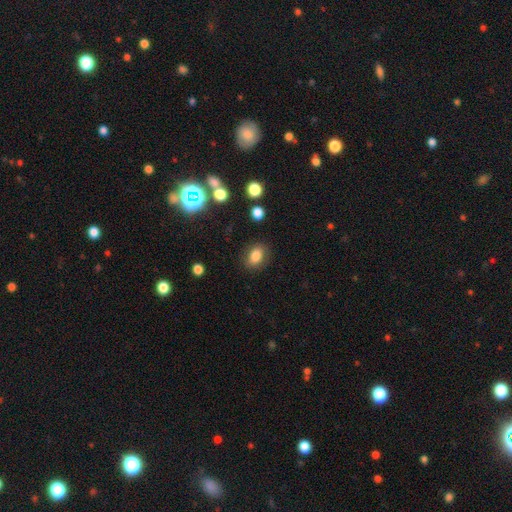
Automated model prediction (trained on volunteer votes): Smooth or featured? Predicted: smooth (p=0.81). How rounded? Predicted: in between (p=0.73). Merging? Predicted: none (p=0.84).